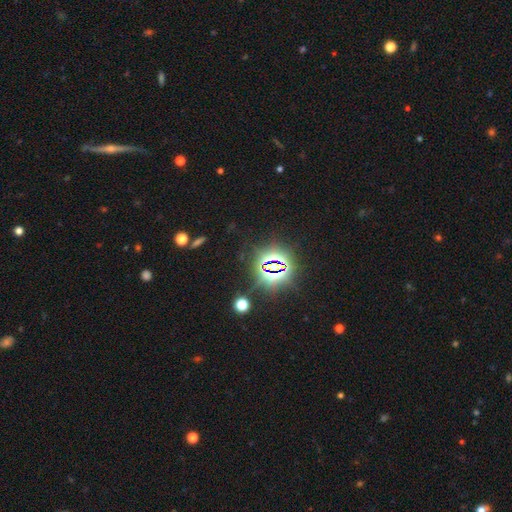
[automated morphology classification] The model was most divided on "smooth or featured": star or artifact: 82%, smooth: 11%, featured or disk: 7%.